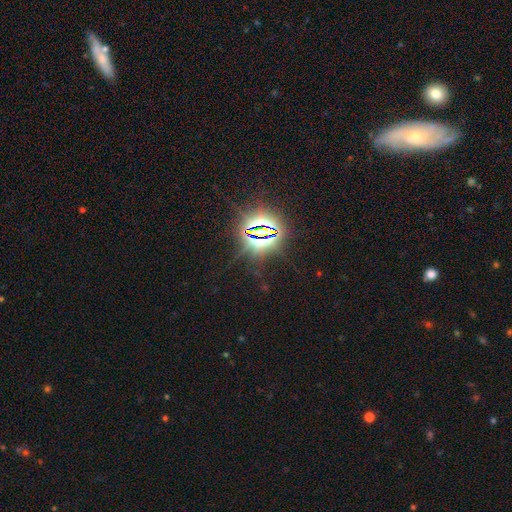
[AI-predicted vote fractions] smooth_or_featured: star or artifact (p=0.86) [alt: smooth p=0.08]